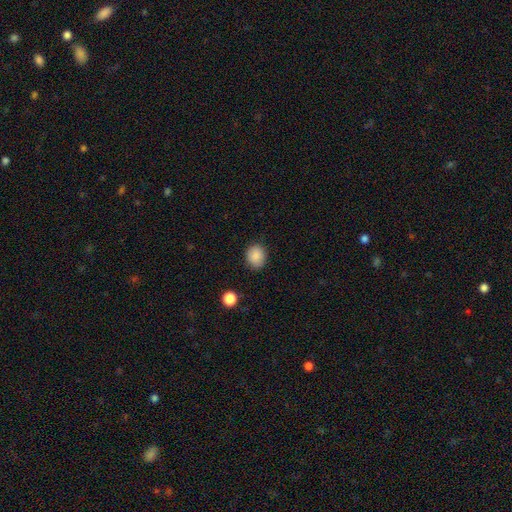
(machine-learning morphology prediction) The model was most divided on "how rounded": round: 62%, in between: 37%, cigar-shaped: 1%. More confident: smooth or featured — smooth (87%); merging — none (84%).